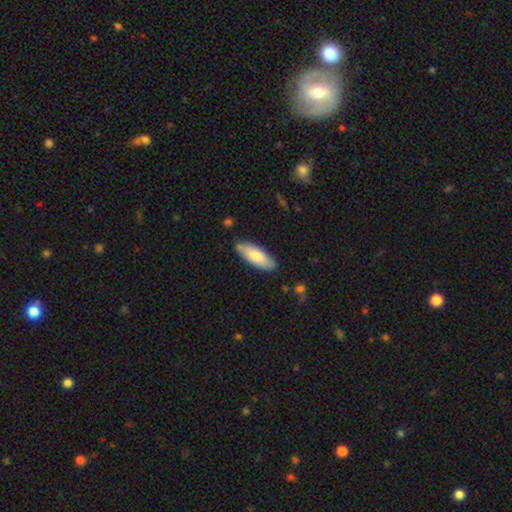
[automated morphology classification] A smooth galaxy with no disk features (77%) that is in between round and cigar-shaped (69%).

Vote fractions:
- Smooth or featured? smooth: 77% / featured or disk: 18% / star or artifact: 5%
- How rounded? in between: 69% / cigar-shaped: 30% / round: 2%
- Merging? none: 81% / minor disturbance: 14% / merger: 2% / major disturbance: 2%